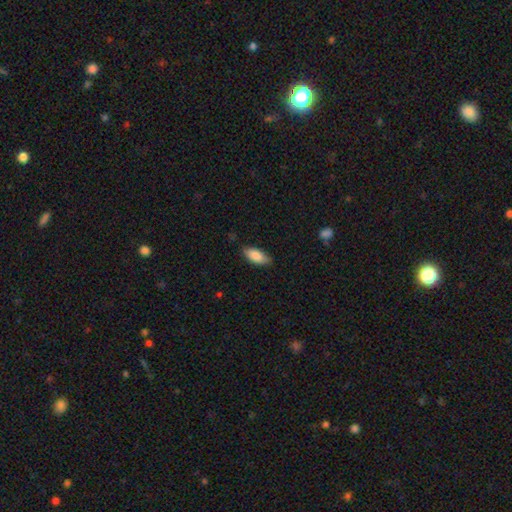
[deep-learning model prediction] Smooth or featured?
  - smooth: 87% *
  - featured or disk: 7%
  - star or artifact: 6%
How rounded?
  - in between: 88% *
  - cigar-shaped: 10%
  - round: 2%
Merging?
  - none: 79% *
  - minor disturbance: 17%
  - major disturbance: 3%
  - merger: 1%